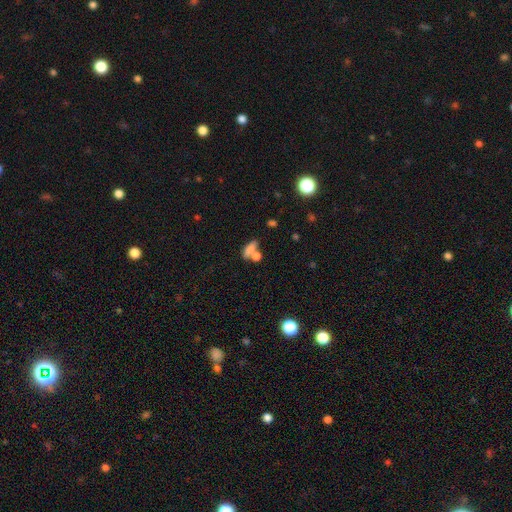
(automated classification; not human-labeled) Smooth or featured? smooth (74%)
How rounded? in between (58%)
Merging? none (42%)